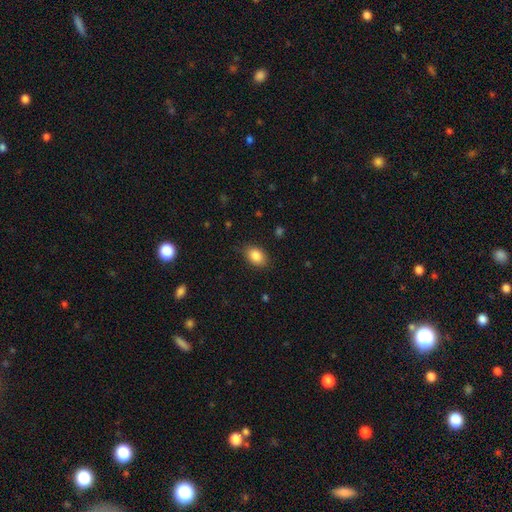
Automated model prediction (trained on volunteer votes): This is clearly a smooth galaxy (87%). How rounded: clearly in between (83%). Merging: clearly none (83%).